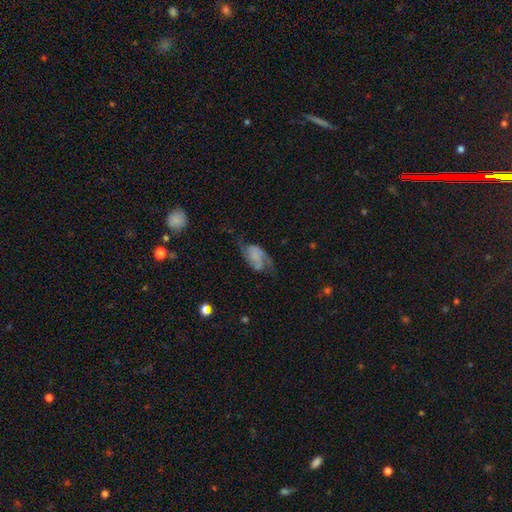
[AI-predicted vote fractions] Smooth or featured? featured or disk (62%)
Edge-on disk? no (96%)
Bar? no (66%)
Spiral arms? yes (85%)
Spiral winding? loose (55%)
Spiral arm count? 2 (83%)
Bulge size? none (65%)
Merging? none (43%)